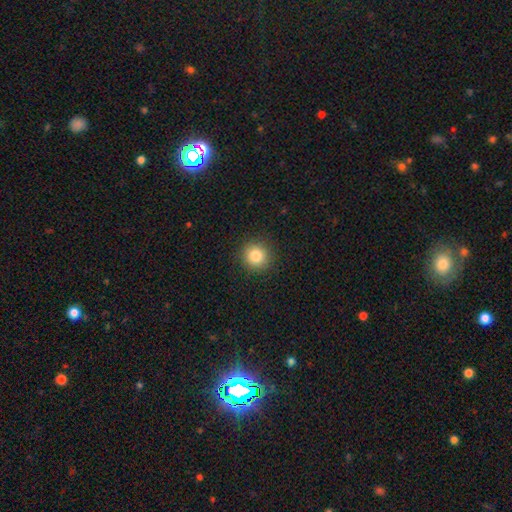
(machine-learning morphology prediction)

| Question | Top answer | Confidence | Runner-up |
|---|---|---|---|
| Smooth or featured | smooth | 83% | star or artifact (11%) |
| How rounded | round | 93% | in between (6%) |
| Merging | none | 91% | minor disturbance (6%) |